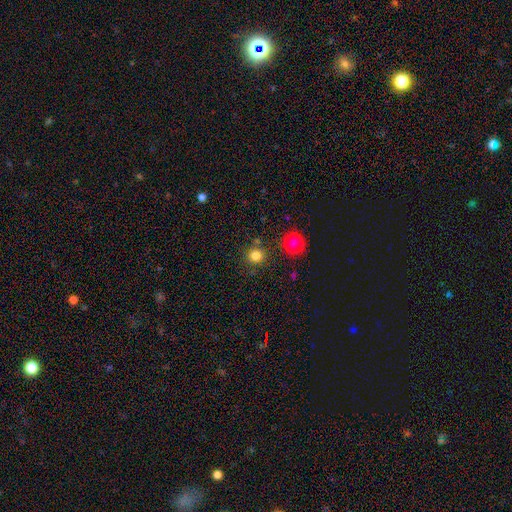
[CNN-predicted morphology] The model was most divided on "smooth or featured": smooth: 80%, star or artifact: 14%, featured or disk: 5%. More confident: how rounded — round (92%); merging — none (83%).